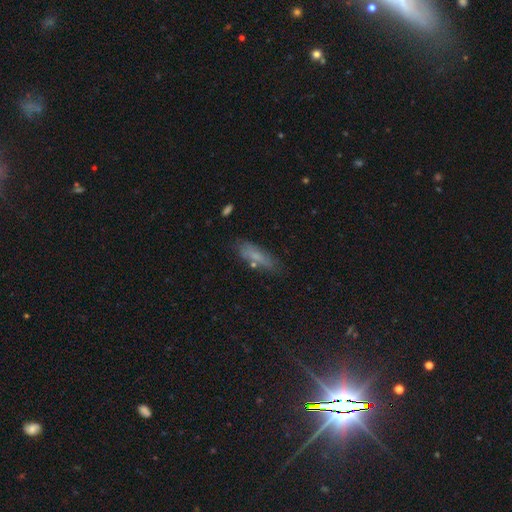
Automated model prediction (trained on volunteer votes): smooth 66%, featured or disk 22%, star or artifact 12%. Down the decision tree: how rounded — cigar-shaped (56%); merging — none (74%).